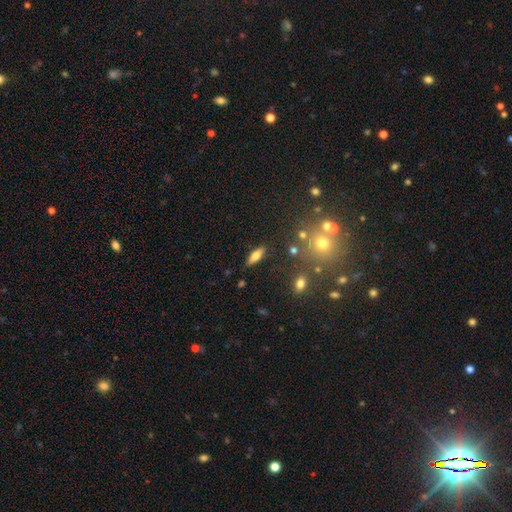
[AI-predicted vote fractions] Smooth or featured? smooth (58%)
How rounded? in between (59%)
Merging? none (84%)